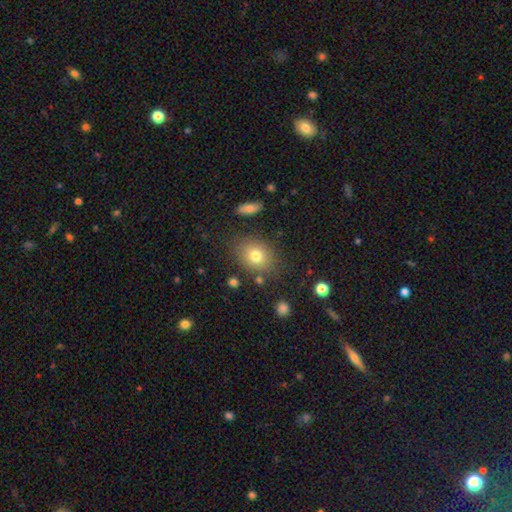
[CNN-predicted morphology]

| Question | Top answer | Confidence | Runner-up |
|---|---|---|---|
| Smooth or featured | smooth | 76% | star or artifact (12%) |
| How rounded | in between | 53% | round (46%) |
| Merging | none | 80% | minor disturbance (12%) |